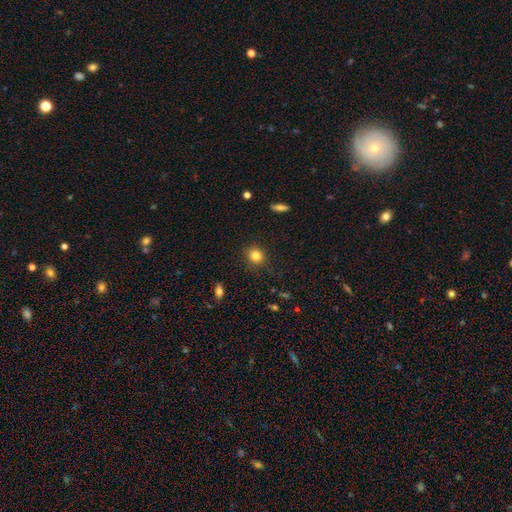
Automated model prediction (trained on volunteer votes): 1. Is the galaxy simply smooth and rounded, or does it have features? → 82% smooth, 12% star or artifact, 6% featured or disk.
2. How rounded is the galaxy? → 82% round, 17% in between, 1% cigar-shaped.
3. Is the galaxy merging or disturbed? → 89% none, 8% minor disturbance, 2% major disturbance, 1% merger.